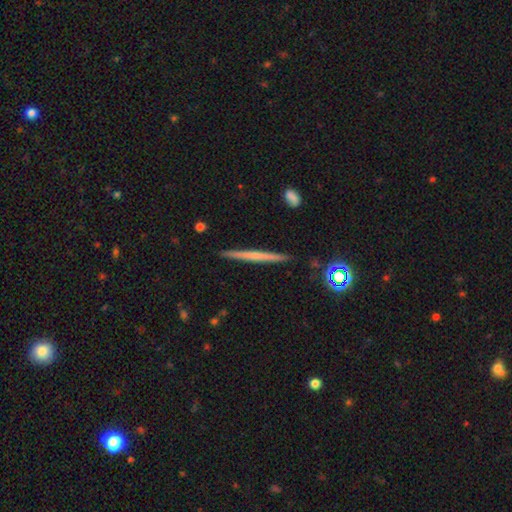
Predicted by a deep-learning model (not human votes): A featured or disk galaxy (55%) viewed edge-on (98%) with no central bulge (73%).

Vote fractions:
- Smooth or featured? featured or disk: 55% / smooth: 38% / star or artifact: 7%
- Edge-on disk? yes: 98% / no: 2%
- Edge-on bulge? none: 73% / rounded: 22% / boxy: 5%
- Merging? none: 91% / minor disturbance: 6% / merger: 1% / major disturbance: 1%